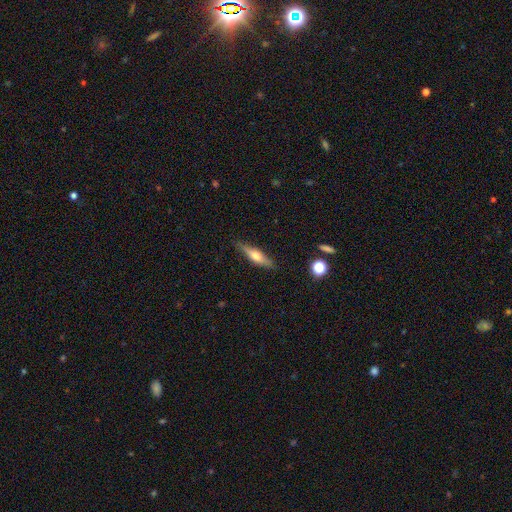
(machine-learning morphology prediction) This appears to be a featured or disk galaxy (49%). Merging: none (85%).